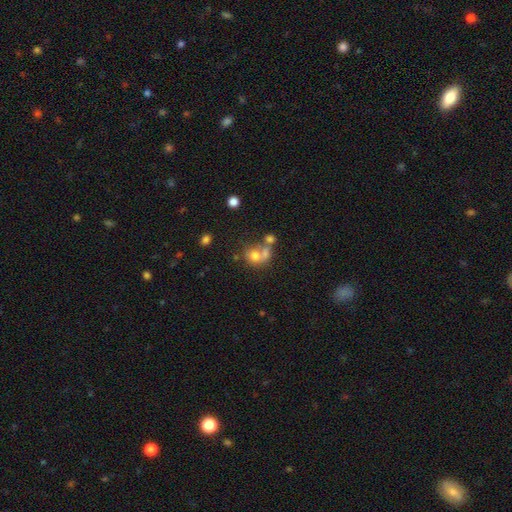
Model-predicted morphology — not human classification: Smooth or featured? smooth (68%)
How rounded? round (68%)
Merging? merger (49%)